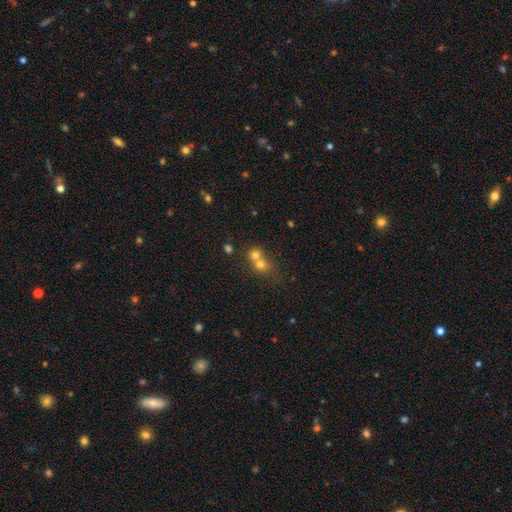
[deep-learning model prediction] smooth 67%, star or artifact 17%, featured or disk 16%. Down the decision tree: how rounded — round (80%); merging — merger (61%).